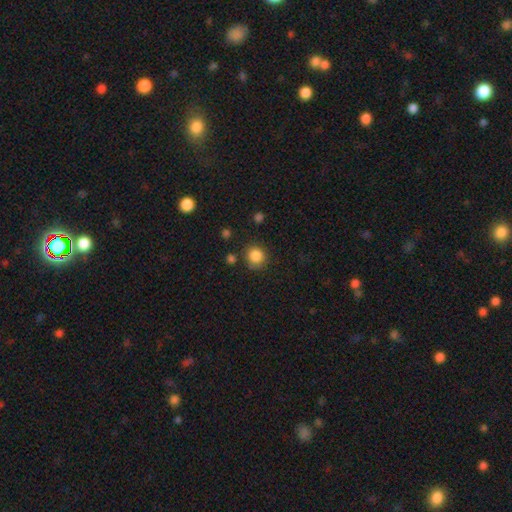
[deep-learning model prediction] Smooth or featured?
  - smooth: 86% *
  - star or artifact: 10%
  - featured or disk: 4%
How rounded?
  - round: 89% *
  - in between: 10%
  - cigar-shaped: 1%
Merging?
  - none: 82% *
  - minor disturbance: 11%
  - merger: 4%
  - major disturbance: 3%